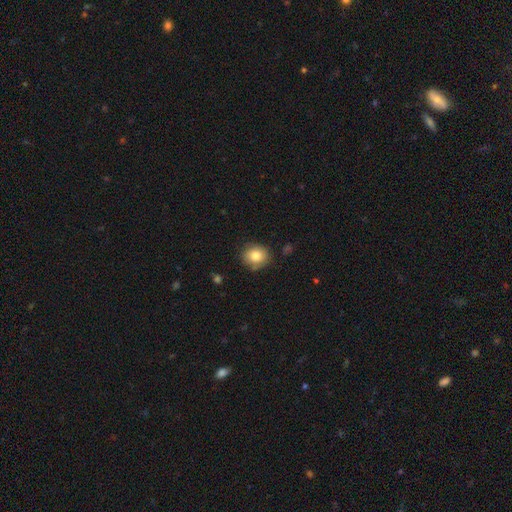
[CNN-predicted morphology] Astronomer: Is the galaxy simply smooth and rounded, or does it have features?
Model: smooth — 82%.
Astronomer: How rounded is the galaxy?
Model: round — 76%.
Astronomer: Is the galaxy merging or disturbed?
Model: none — 82%.